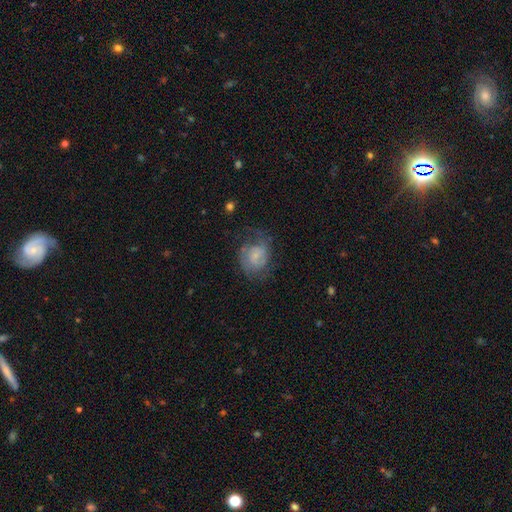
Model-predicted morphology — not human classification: type=featured or disk (53%); edge-on=no (98%); bar=no (60%); spiral arms=yes (77%); bulge=small (55%); merging=none (48%).